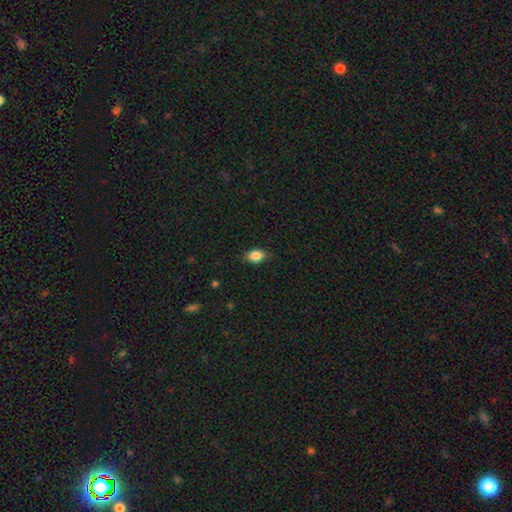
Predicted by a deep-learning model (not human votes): Morphology: type=smooth (85%); roundness=in between (78%); merging=none (80%).